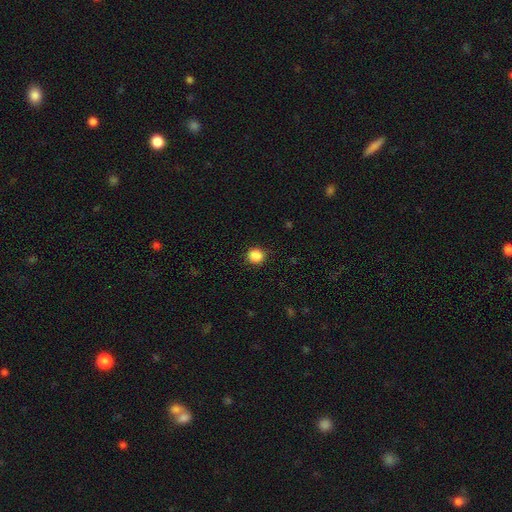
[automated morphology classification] This is clearly a smooth galaxy (87%). How rounded: clearly round (90%). Merging: clearly none (89%).